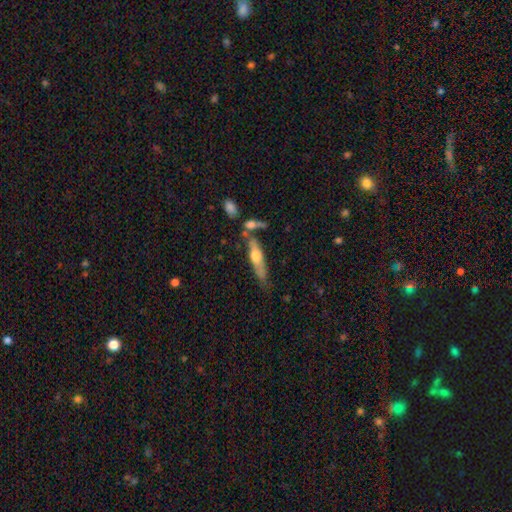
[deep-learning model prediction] Morphology: type=featured or disk (50%); merging=none (58%).